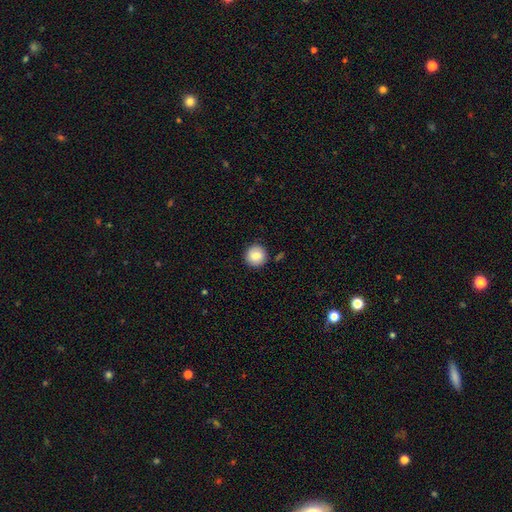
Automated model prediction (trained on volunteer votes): Morphology: type=smooth (83%); roundness=round (94%); merging=none (87%).